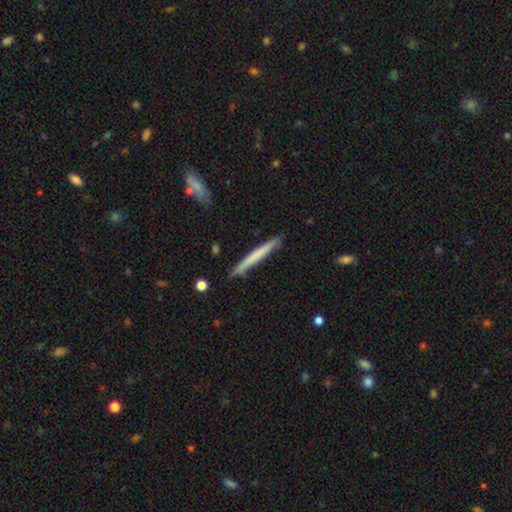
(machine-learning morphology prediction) This is likely a smooth galaxy (61%). How rounded: clearly cigar-shaped (97%). Merging: clearly none (88%).